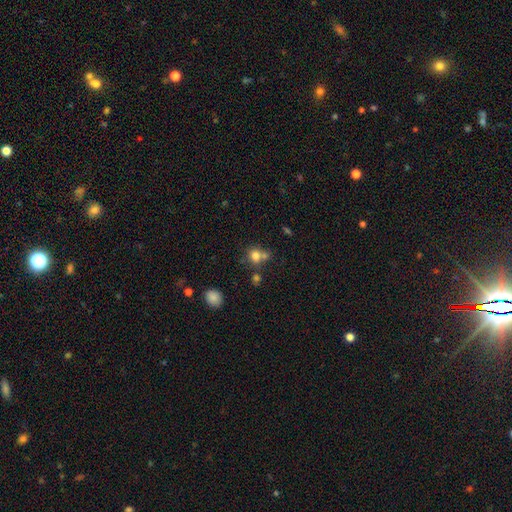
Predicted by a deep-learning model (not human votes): This is likely a smooth galaxy (77%). How rounded: likely round (77%). Merging: possibly none (49%).